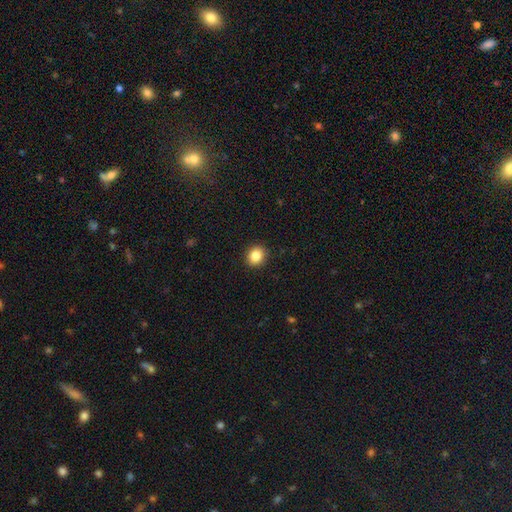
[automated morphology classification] A smooth galaxy with no disk features (86%) that is round (75%).

Vote fractions:
- Smooth or featured? smooth: 86% / star or artifact: 10% / featured or disk: 4%
- How rounded? round: 75% / in between: 24% / cigar-shaped: 1%
- Merging? none: 91% / minor disturbance: 6% / major disturbance: 2% / merger: 1%